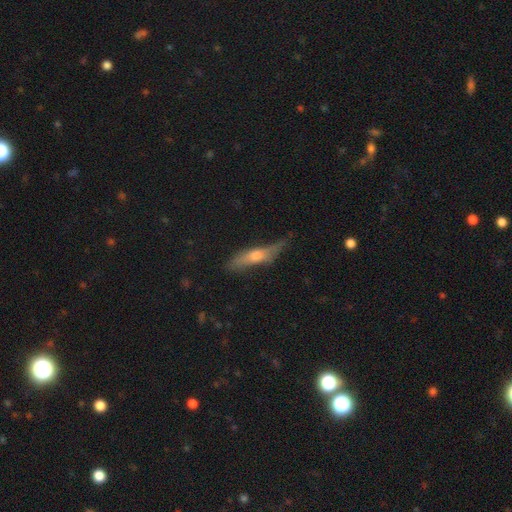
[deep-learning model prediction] featured or disk 50%, smooth 42%, star or artifact 8%. Down the decision tree: merging — none (59%).